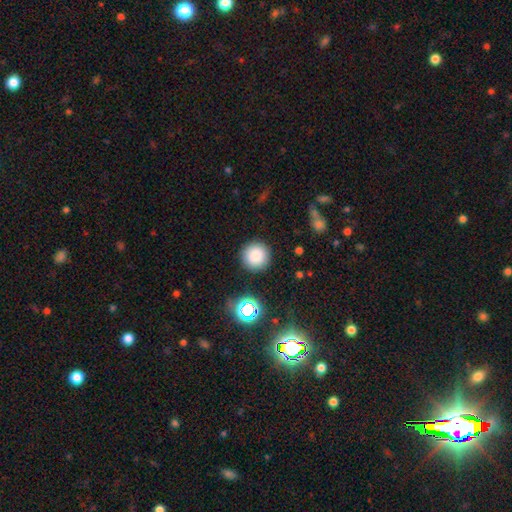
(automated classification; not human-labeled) smooth_or_featured: smooth (p=0.82) [alt: star or artifact p=0.12]
how_rounded: round (p=0.96) [alt: in between p=0.04]
merging: none (p=0.89) [alt: minor disturbance p=0.06]